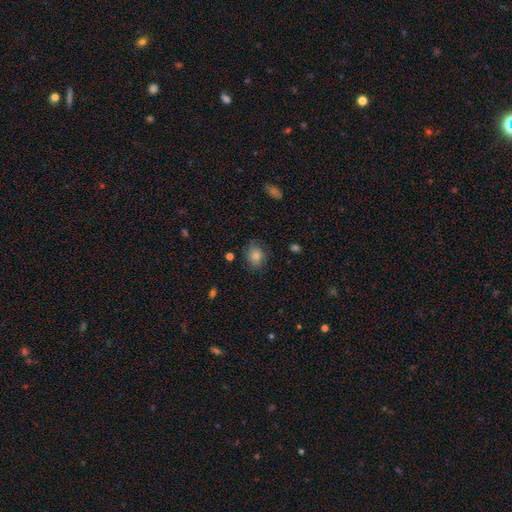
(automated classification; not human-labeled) A smooth galaxy with no disk features (77%) that is in between round and cigar-shaped (49%, tied with round). Merging: none (74%).